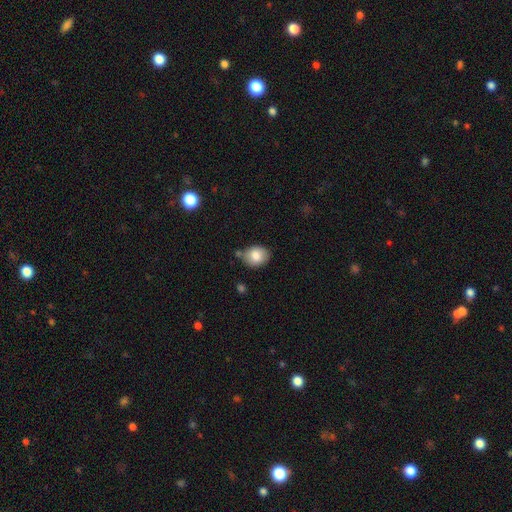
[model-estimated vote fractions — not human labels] A smooth galaxy with no disk features (82%) that is round (52%). Merging: none (69%).